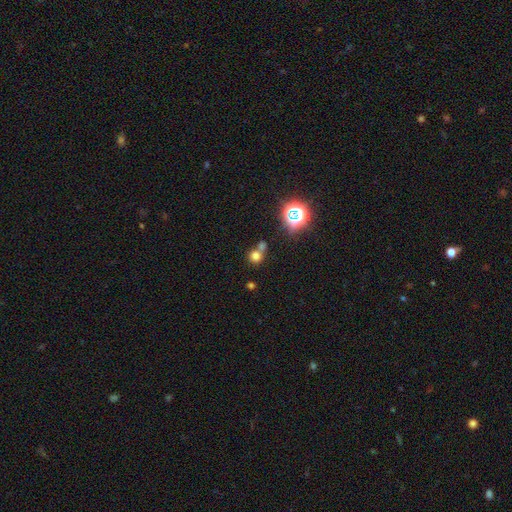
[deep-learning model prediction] Smooth or featured: smooth — 70% (star or artifact — 21%)
How rounded: round — 85% (in between — 13%)
Merging: none — 49% (merger — 39%)